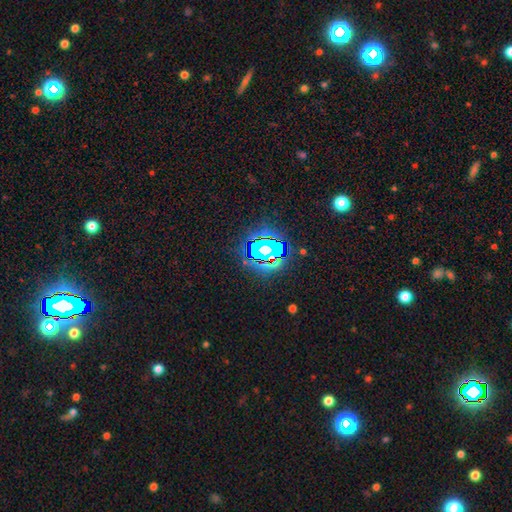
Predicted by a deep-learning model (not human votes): Overall: star or artifact (82%).